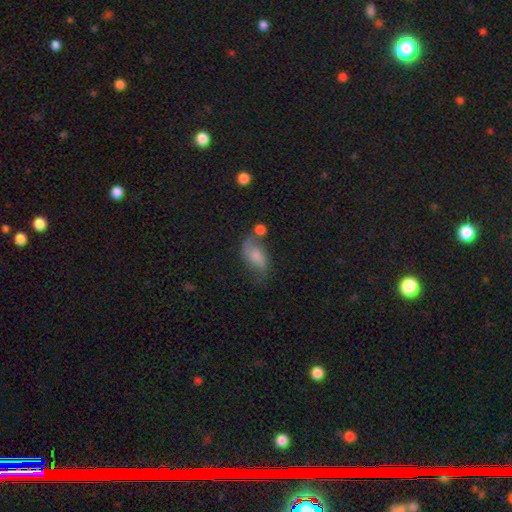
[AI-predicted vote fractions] This appears to be a smooth galaxy with no disk features (58%) that is in between round and cigar-shaped (88%). Merging: none (42%).